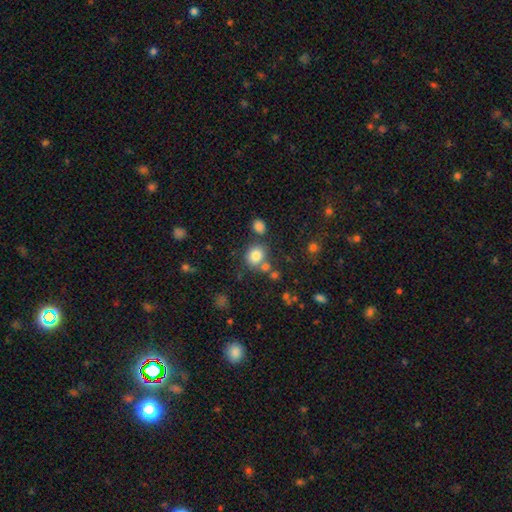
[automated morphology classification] This appears to be a smooth galaxy with no disk features (80%) that is round (72%). Merging: none (66%).